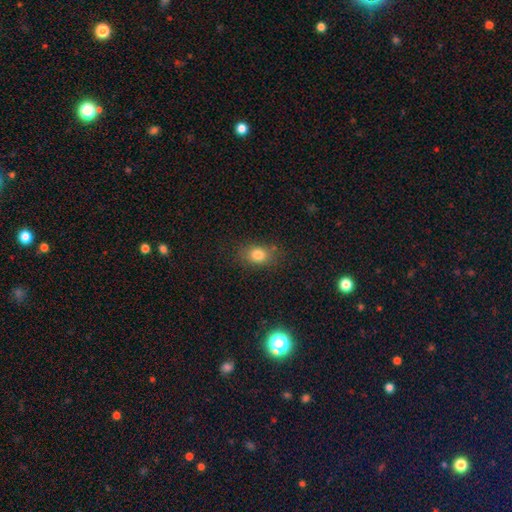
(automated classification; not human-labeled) The model was most divided on "how rounded": in between: 60%, round: 38%, cigar-shaped: 2%. More confident: merging — none (83%); smooth or featured — smooth (77%).